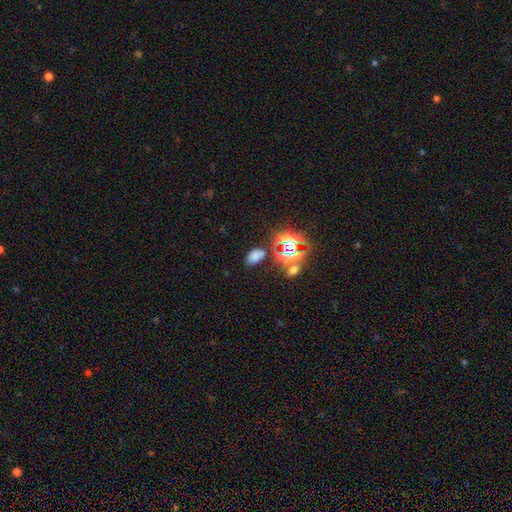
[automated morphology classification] smooth 60%, star or artifact 32%, featured or disk 8%. Down the decision tree: how rounded — in between (89%); merging — none (71%).